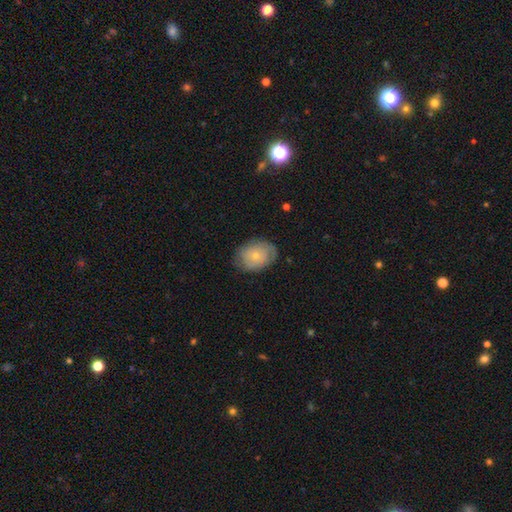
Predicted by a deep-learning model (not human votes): smooth-or-featured: smooth: 54% | featured or disk: 39% | star or artifact: 7%
  how-rounded: in between: 66% | round: 33% | cigar-shaped: 1%
  merging: none: 72% | minor disturbance: 21% | major disturbance: 6% | merger: 1%